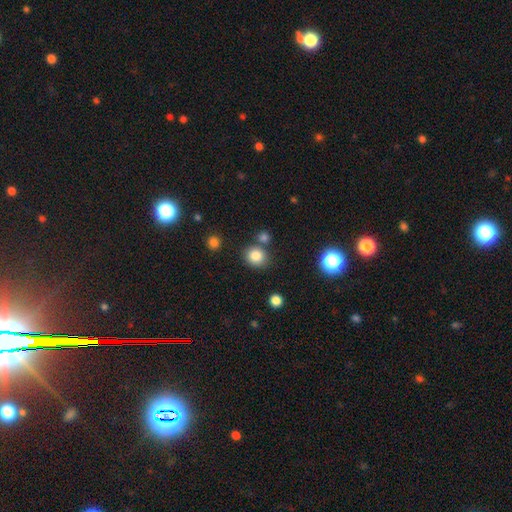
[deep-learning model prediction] The model was most divided on "merging": none: 74%, merger: 14%, minor disturbance: 9%, major disturbance: 3%. More confident: smooth or featured — smooth (82%); how rounded — round (82%).